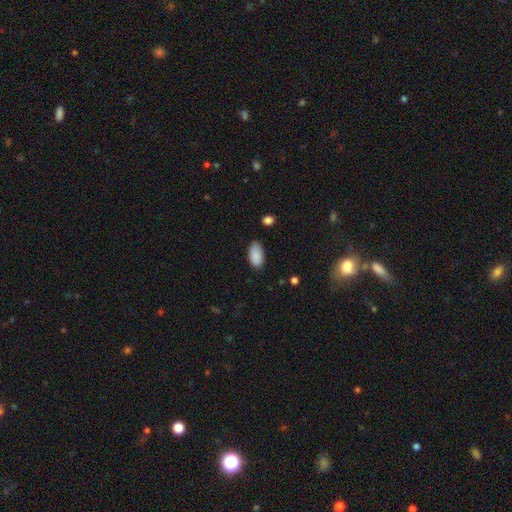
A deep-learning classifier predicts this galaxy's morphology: A smooth galaxy with no disk features (89%) that is in between round and cigar-shaped (95%).

Vote fractions:
- Smooth or featured? smooth: 89% / star or artifact: 7% / featured or disk: 4%
- How rounded? in between: 95% / round: 3% / cigar-shaped: 3%
- Merging? none: 79% / minor disturbance: 16% / major disturbance: 3% / merger: 2%